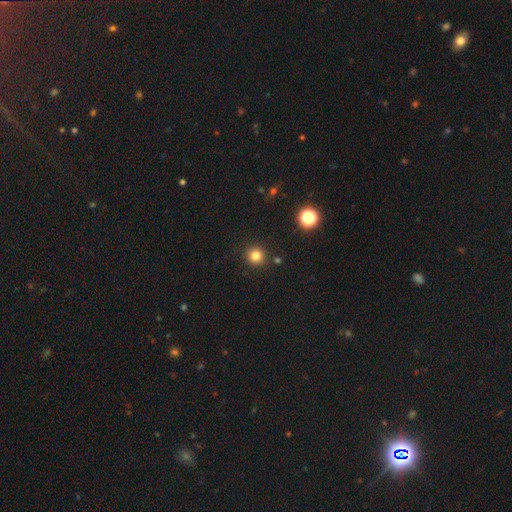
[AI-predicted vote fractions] This is clearly a smooth galaxy (81%). How rounded: clearly round (94%). Merging: clearly none (89%).